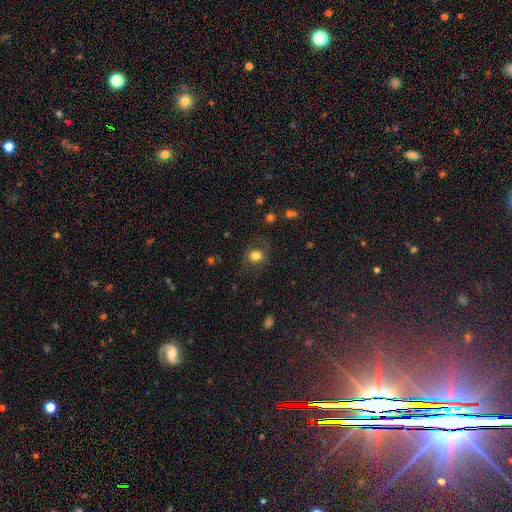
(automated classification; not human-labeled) A smooth galaxy with no disk features (76%) that is round (75%). Merging: none (74%).